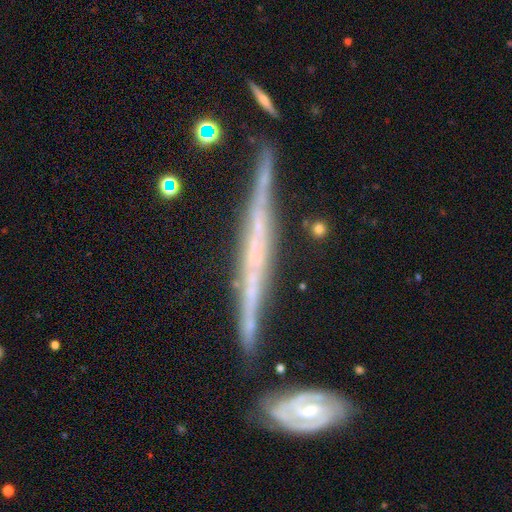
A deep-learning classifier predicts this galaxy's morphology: Smooth or featured? featured or disk (74%)
Edge-on disk? yes (96%)
Edge-on bulge? none (79%)
Merging? none (79%)